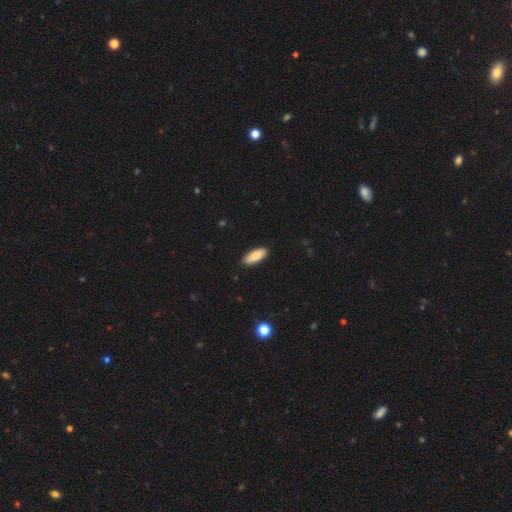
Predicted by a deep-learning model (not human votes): Smooth or featured?
  - smooth: 87% *
  - featured or disk: 7%
  - star or artifact: 6%
How rounded?
  - in between: 76% *
  - cigar-shaped: 22%
  - round: 2%
Merging?
  - none: 89% *
  - minor disturbance: 8%
  - major disturbance: 2%
  - merger: 1%